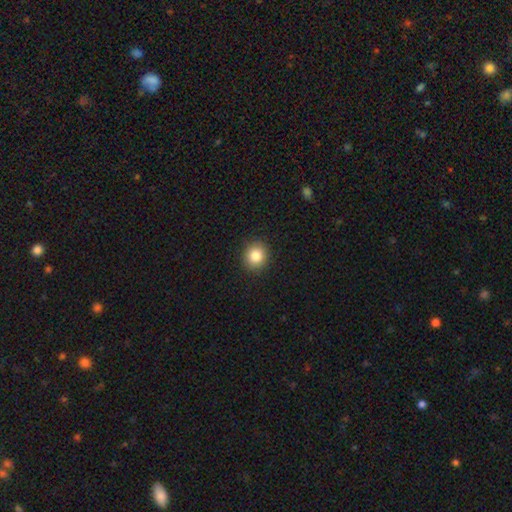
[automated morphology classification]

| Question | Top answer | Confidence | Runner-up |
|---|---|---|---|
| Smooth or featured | smooth | 83% | star or artifact (10%) |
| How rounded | round | 84% | in between (15%) |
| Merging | none | 91% | minor disturbance (6%) |